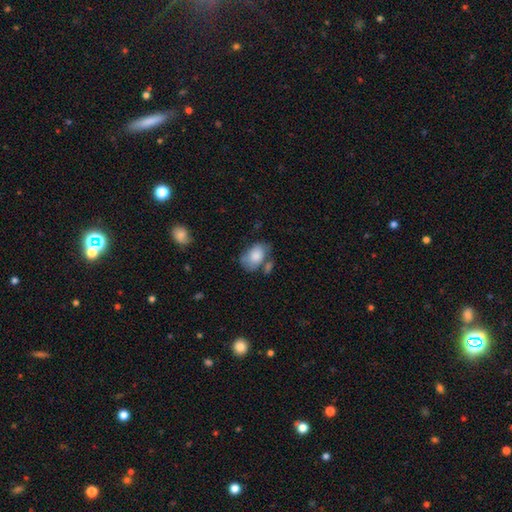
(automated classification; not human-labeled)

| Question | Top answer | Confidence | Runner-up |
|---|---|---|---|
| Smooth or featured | smooth | 80% | featured or disk (13%) |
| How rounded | in between | 86% | round (13%) |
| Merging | none | 45% | minor disturbance (25%) |